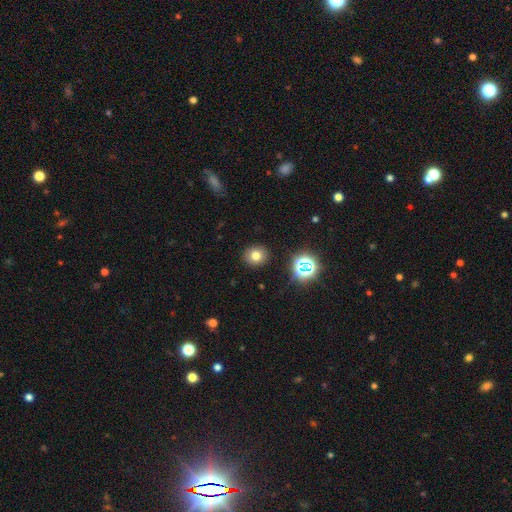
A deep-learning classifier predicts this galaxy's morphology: Smooth or featured: smooth — 73% (star or artifact — 18%)
How rounded: round — 80% (in between — 19%)
Merging: none — 90% (minor disturbance — 7%)